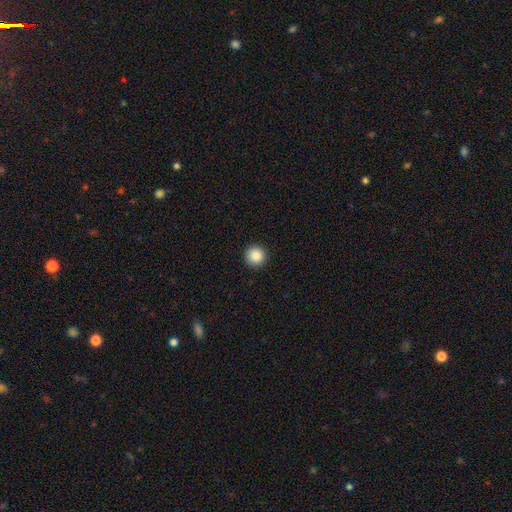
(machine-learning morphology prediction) A smooth galaxy with no disk features (87%) that is round (96%). Merging: none (93%).